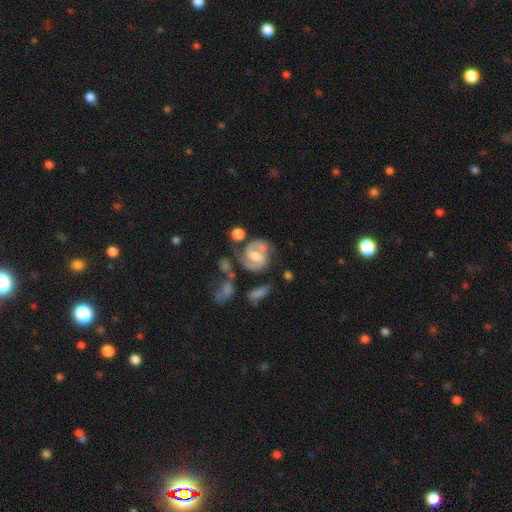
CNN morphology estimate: Smooth or featured: featured or disk — 82% (smooth — 12%)
Edge-on disk: no — 97% (yes — 3%)
Bar: weak — 49% (no — 29%)
Spiral arms: yes — 94% (no — 6%)
Spiral winding: medium — 51% (tight — 36%)
Spiral arm count: 2 — 86% (can't tell — 6%)
Bulge size: moderate — 58% (small — 28%)
Merging: none — 58% (minor disturbance — 19%)